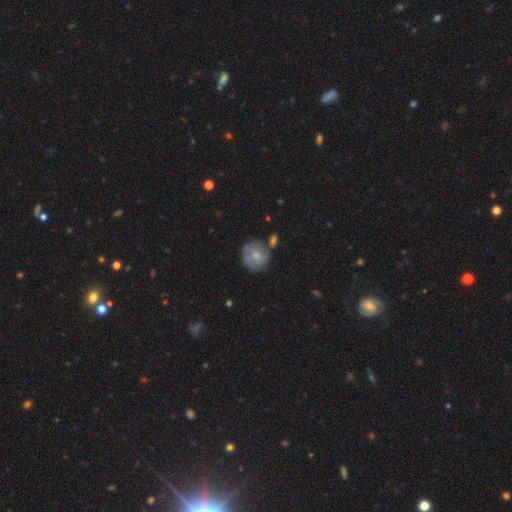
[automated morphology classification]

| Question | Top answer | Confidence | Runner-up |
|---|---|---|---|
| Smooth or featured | smooth | 61% | featured or disk (32%) |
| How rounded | round | 84% | in between (15%) |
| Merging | none | 55% | minor disturbance (24%) |